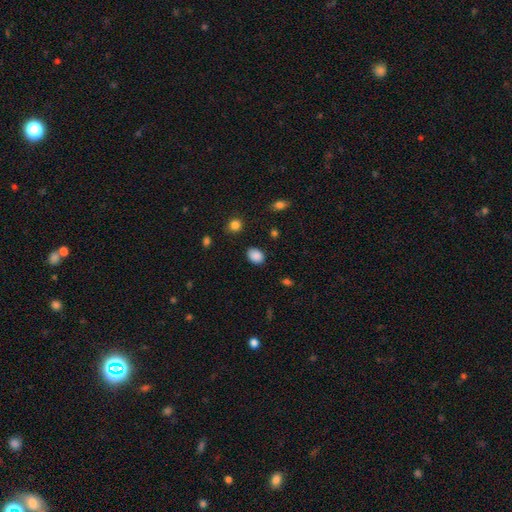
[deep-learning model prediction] A smooth galaxy with no disk features (88%) that is in between round and cigar-shaped (68%).

Vote fractions:
- Smooth or featured? smooth: 88% / star or artifact: 9% / featured or disk: 3%
- How rounded? in between: 68% / round: 31% / cigar-shaped: 1%
- Merging? none: 85% / minor disturbance: 10% / major disturbance: 3% / merger: 2%